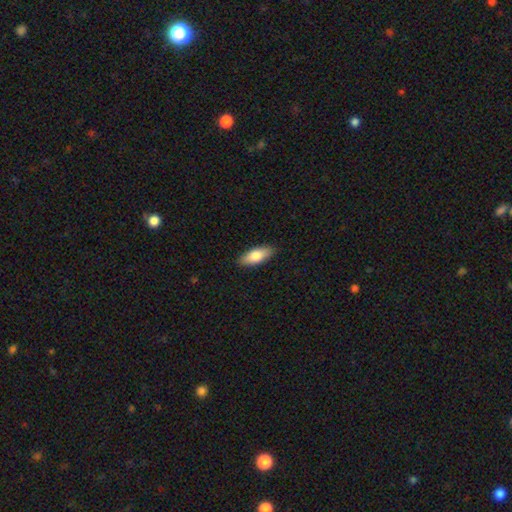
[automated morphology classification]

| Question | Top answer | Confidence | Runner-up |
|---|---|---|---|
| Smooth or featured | smooth | 79% | featured or disk (15%) |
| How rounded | in between | 77% | cigar-shaped (21%) |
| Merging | none | 89% | minor disturbance (9%) |